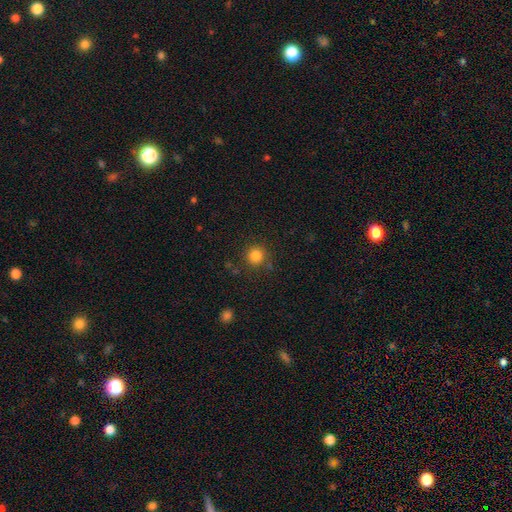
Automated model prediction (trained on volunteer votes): Smooth or featured? Predicted: smooth (p=0.83). How rounded? Predicted: round (p=0.94). Merging? Predicted: none (p=0.85).